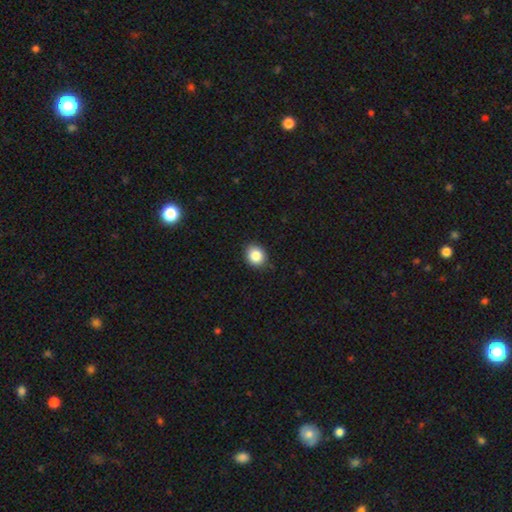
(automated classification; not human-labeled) Morphology: type=smooth (85%); roundness=round (69%); merging=none (88%).